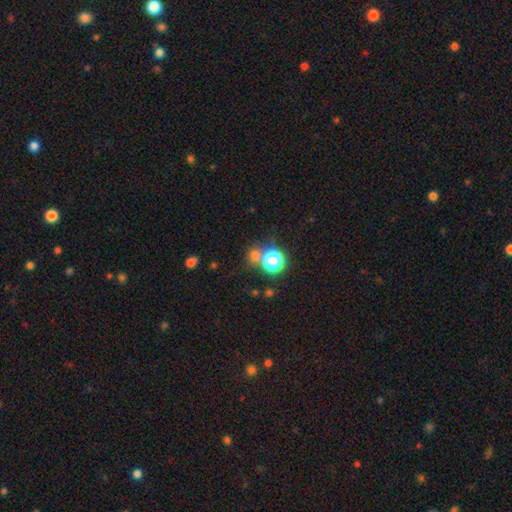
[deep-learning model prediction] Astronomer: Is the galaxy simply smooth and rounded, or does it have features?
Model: smooth — 62%.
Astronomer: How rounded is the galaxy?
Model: round — 83%.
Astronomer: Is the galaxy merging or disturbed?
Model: none — 63%.